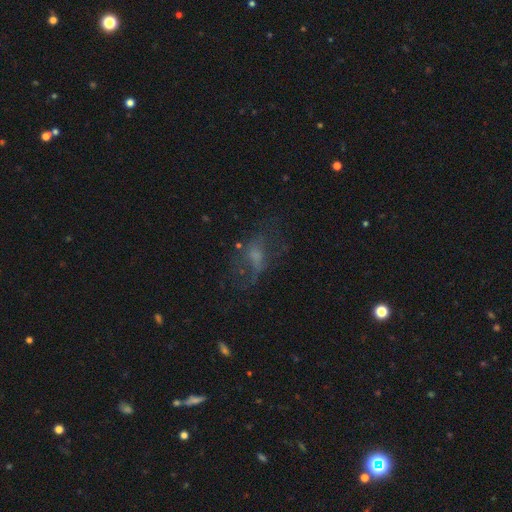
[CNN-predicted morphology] Smooth or featured? featured or disk (46%)
Merging? none (44%)